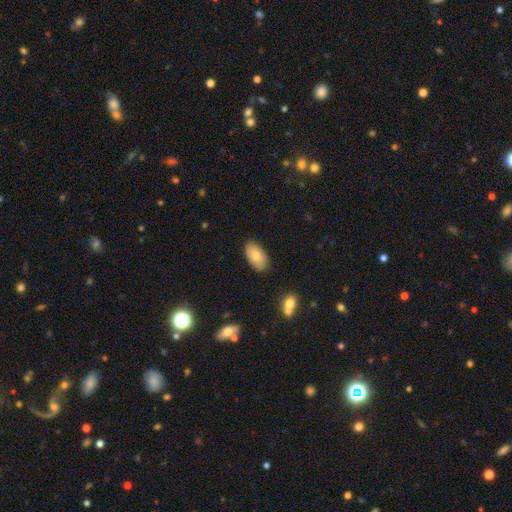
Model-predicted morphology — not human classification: This appears to be a smooth galaxy with no disk features (80%) that is in between round and cigar-shaped (94%). Merging: none (84%).